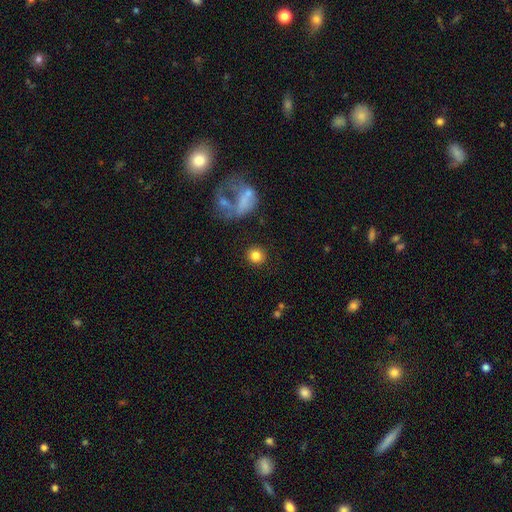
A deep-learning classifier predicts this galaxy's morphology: A smooth galaxy with no disk features (82%) that is round (91%). Merging: none (88%).